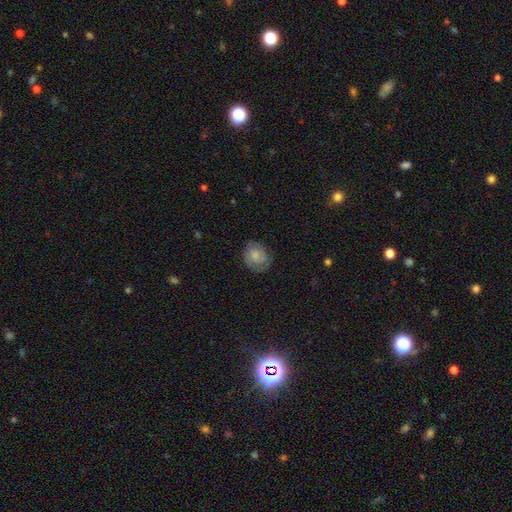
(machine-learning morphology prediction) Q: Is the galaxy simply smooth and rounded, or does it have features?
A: smooth — 58%.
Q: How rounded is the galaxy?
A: round — 64%.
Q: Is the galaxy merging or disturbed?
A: none — 71%.